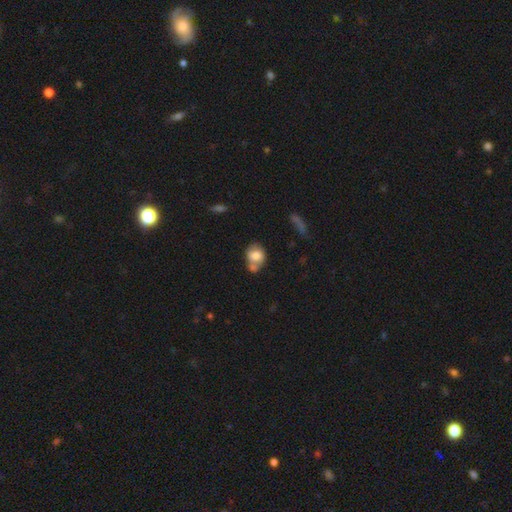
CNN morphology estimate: Overall: smooth (71%). How rounded: in between (53%; round 45%). Merging: none (38%; merger 36%).